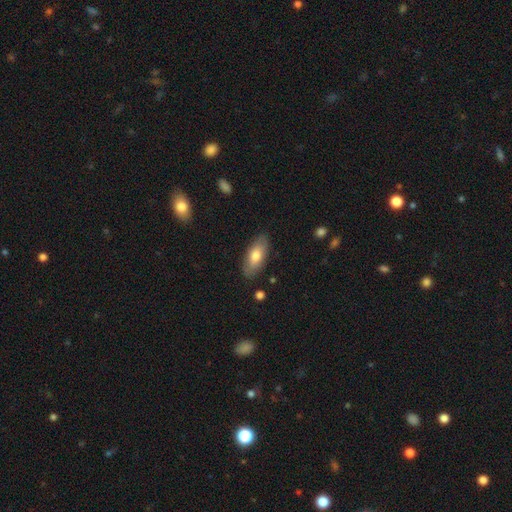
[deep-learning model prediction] Smooth or featured? smooth (72%)
How rounded? in between (84%)
Merging? none (84%)